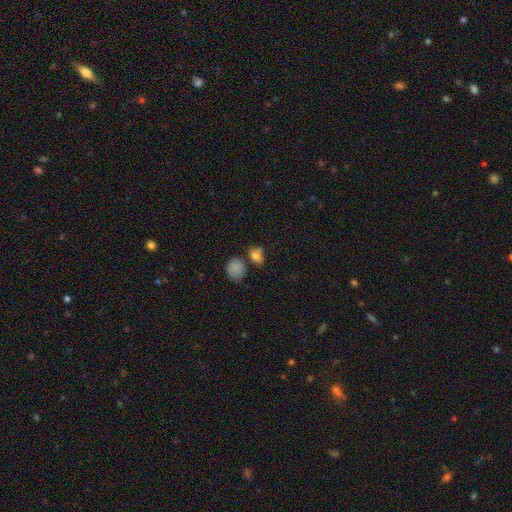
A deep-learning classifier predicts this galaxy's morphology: type=smooth (77%); roundness=in between (58%); merging=none (56%).